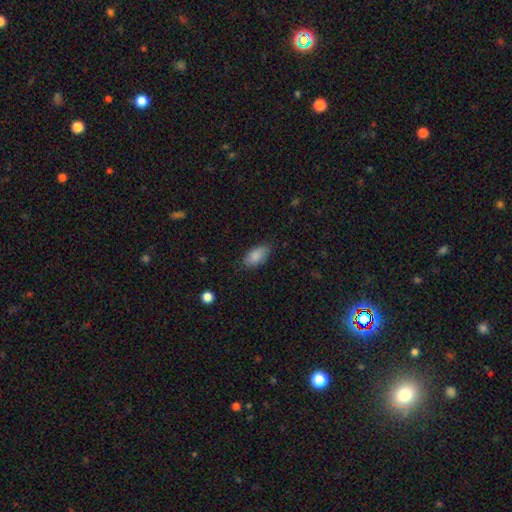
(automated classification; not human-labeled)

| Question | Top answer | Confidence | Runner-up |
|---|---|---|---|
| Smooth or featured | smooth | 87% | star or artifact (7%) |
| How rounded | in between | 92% | round (4%) |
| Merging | none | 76% | minor disturbance (19%) |